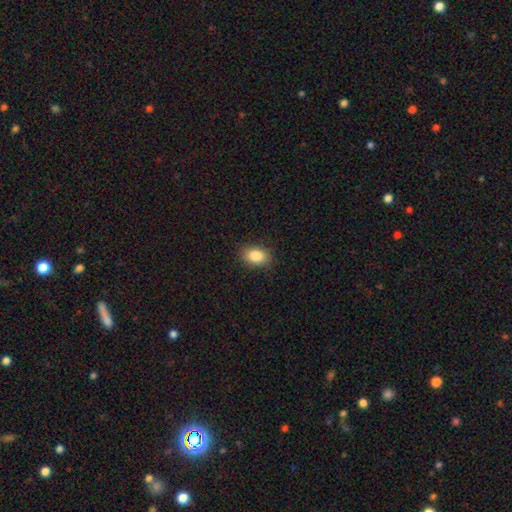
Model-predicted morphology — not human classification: Smooth or featured? smooth (87%)
How rounded? in between (85%)
Merging? none (87%)